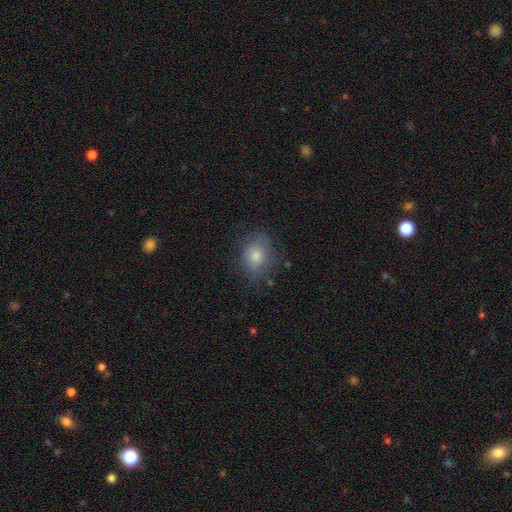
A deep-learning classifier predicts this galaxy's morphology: smooth 73%, featured or disk 14%, star or artifact 13%. Down the decision tree: how rounded — round (56%); merging — none (77%).